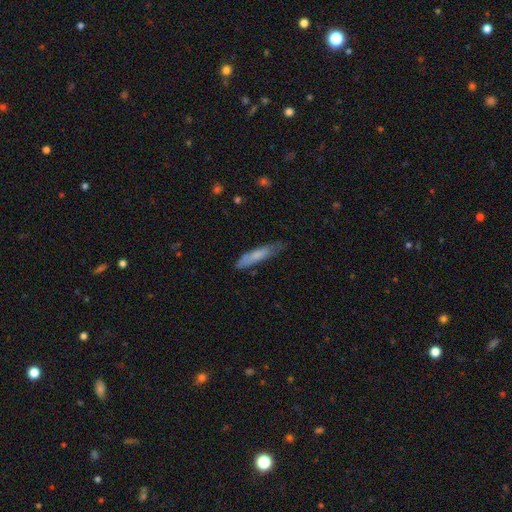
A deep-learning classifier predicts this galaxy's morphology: Q: Smooth or featured?
A: smooth (70%); runner-up: featured or disk (24%)
Q: How rounded?
A: cigar-shaped (86%); runner-up: in between (13%)
Q: Merging?
A: none (69%); runner-up: minor disturbance (25%)